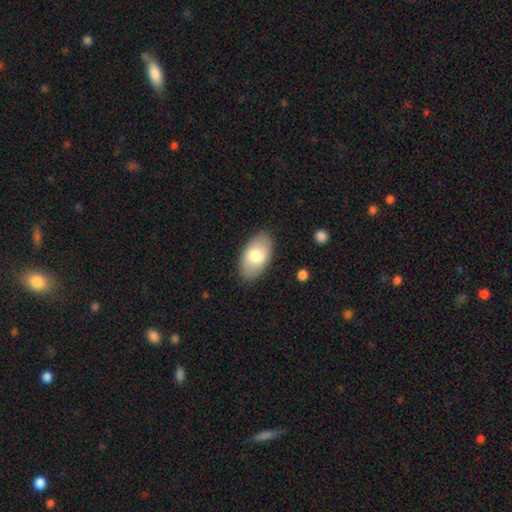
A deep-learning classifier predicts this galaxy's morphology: type=smooth (77%); roundness=in between (95%); merging=none (86%).